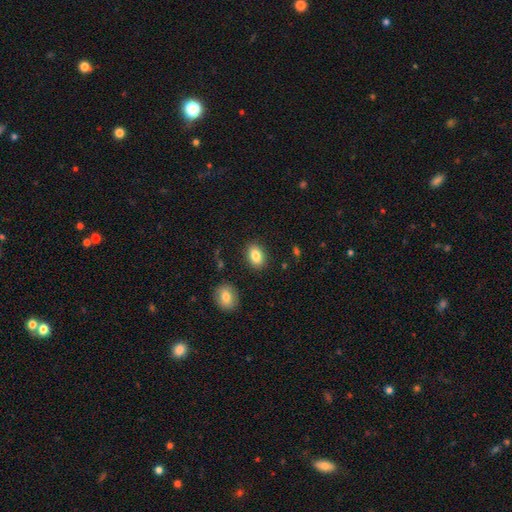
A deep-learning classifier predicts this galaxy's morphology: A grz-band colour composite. It shows a smooth galaxy with no disk features (84%) that is in between round and cigar-shaped (81%). Merging: none (86%).